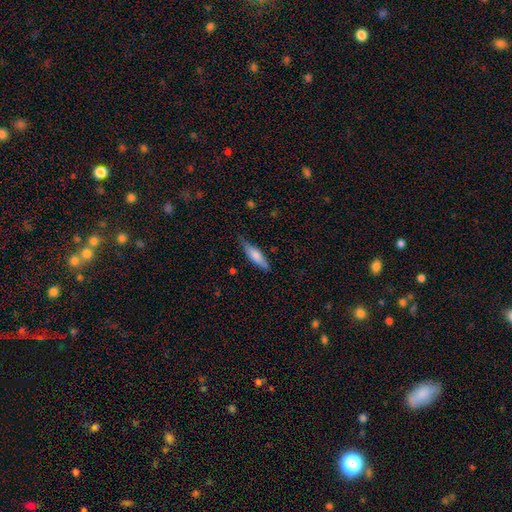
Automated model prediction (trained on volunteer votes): smooth 71%, featured or disk 23%, star or artifact 6%. Down the decision tree: how rounded — cigar-shaped (66%); merging — none (77%).